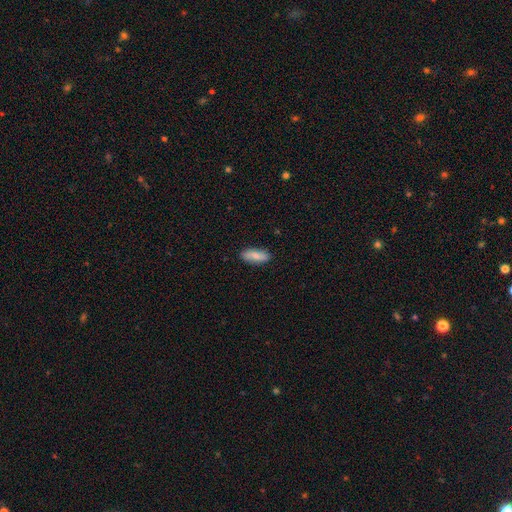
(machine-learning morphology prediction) smooth 78%, featured or disk 16%, star or artifact 6%. Down the decision tree: how rounded — in between (73%); merging — none (86%).